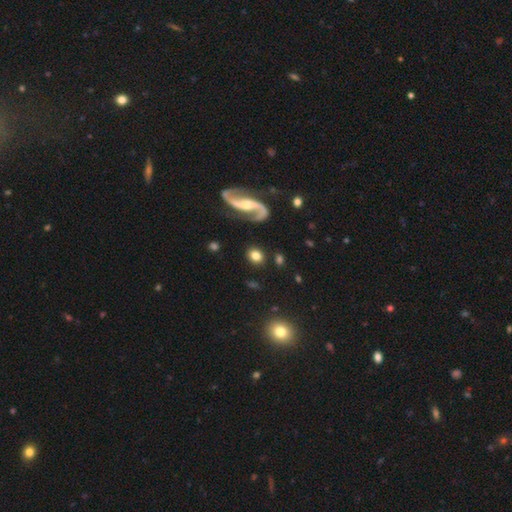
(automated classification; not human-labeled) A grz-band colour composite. It shows a smooth galaxy with no disk features (62%) that is round (70%). Merging: none (85%).